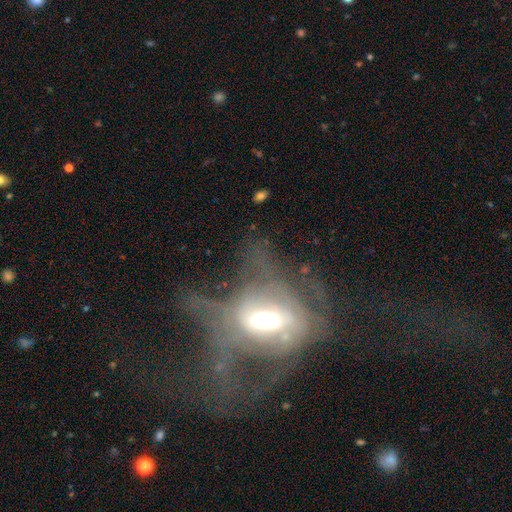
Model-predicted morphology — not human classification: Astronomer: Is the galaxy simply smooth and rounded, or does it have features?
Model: featured or disk — 57%.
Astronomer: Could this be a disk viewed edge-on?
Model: no — 86%.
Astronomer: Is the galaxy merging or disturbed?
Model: major disturbance — 54%.